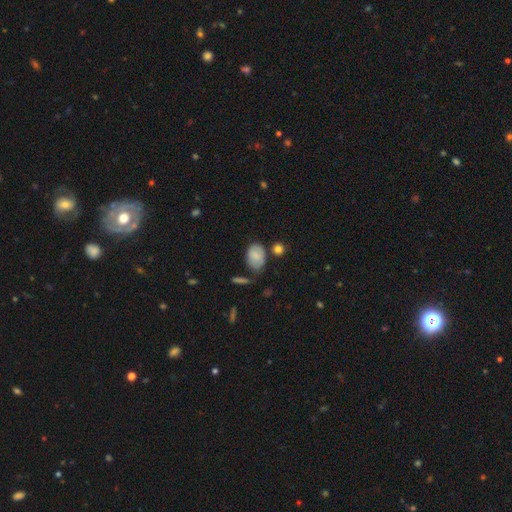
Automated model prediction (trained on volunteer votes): The model was most divided on "merging": none: 59%, minor disturbance: 26%, merger: 8%, major disturbance: 7%. More confident: how rounded — in between (81%); smooth or featured — smooth (80%).